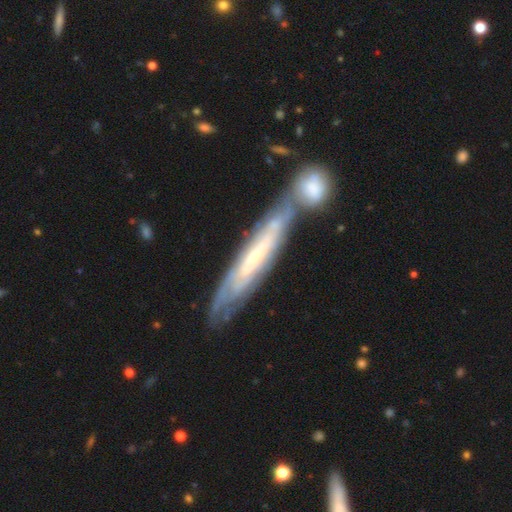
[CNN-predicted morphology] A featured or disk galaxy (72%).

Vote fractions:
- Smooth or featured? featured or disk: 72% / smooth: 22% / star or artifact: 6%
- Edge-on disk? no: 52% / yes: 48%
- Merging? none: 44% / merger: 37% / minor disturbance: 13% / major disturbance: 5%